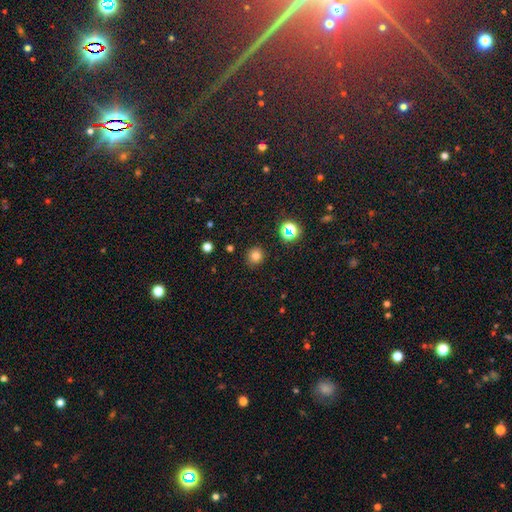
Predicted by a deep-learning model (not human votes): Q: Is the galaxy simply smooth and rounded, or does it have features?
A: smooth — 77%.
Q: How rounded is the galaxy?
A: round — 89%.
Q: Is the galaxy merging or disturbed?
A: none — 89%.